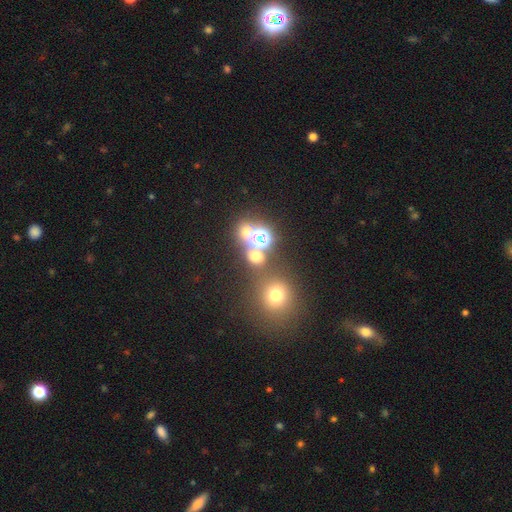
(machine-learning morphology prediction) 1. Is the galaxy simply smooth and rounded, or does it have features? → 50% smooth, 41% star or artifact, 9% featured or disk.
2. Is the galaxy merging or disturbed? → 66% none, 22% merger, 8% minor disturbance, 5% major disturbance.